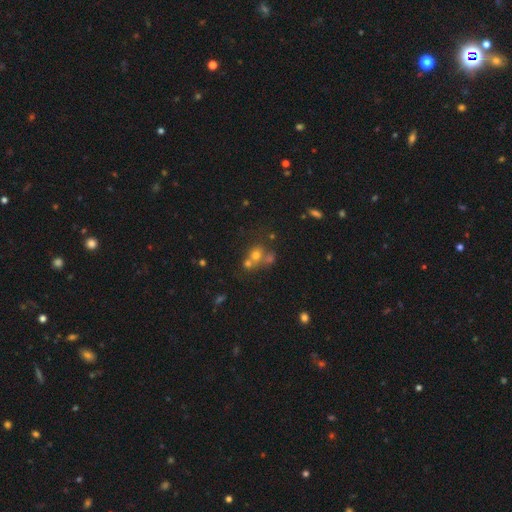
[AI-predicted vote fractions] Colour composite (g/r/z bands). It shows a smooth galaxy with no disk features (56%) that is round (80%). Merging: merger (46%).